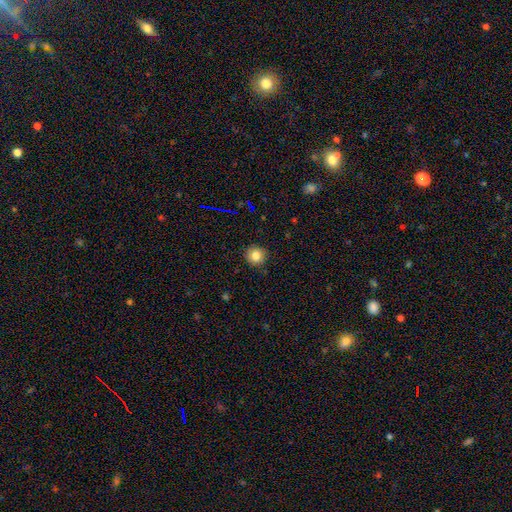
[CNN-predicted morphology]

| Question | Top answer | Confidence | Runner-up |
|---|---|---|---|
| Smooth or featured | smooth | 82% | star or artifact (12%) |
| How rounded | round | 93% | in between (6%) |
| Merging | none | 91% | minor disturbance (7%) |